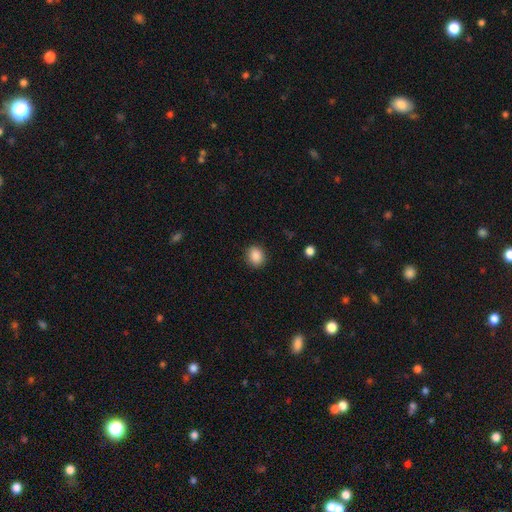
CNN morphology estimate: smooth_or_featured: smooth (p=0.88) [alt: star or artifact p=0.09]
how_rounded: round (p=0.70) [alt: in between p=0.29]
merging: none (p=0.89) [alt: minor disturbance p=0.08]